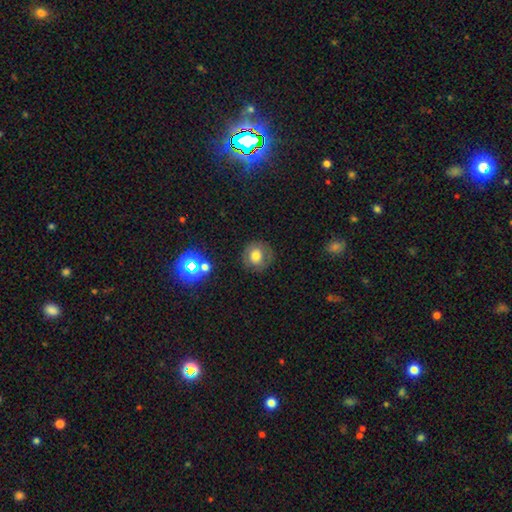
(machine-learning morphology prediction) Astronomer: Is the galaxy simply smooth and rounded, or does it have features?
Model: smooth — 68%.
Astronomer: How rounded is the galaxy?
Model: round — 86%.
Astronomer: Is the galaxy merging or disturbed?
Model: none — 80%.